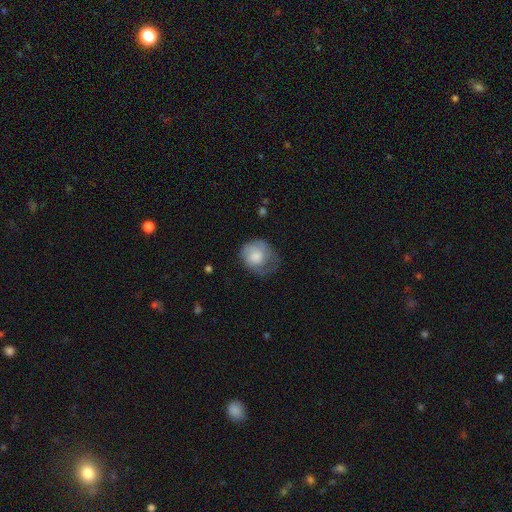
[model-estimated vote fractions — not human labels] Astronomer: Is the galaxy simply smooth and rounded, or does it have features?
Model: smooth — 64%.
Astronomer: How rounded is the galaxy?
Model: round — 66%.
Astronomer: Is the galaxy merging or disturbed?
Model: none — 39% (runner-up: minor disturbance, 32%).